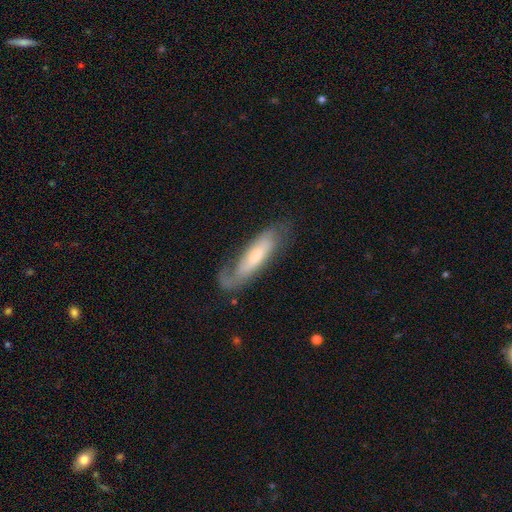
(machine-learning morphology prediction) Smooth or featured: featured or disk — 53% (smooth — 41%)
Edge-on disk: no — 68% (yes — 32%)
Merging: none — 53% (minor disturbance — 24%)